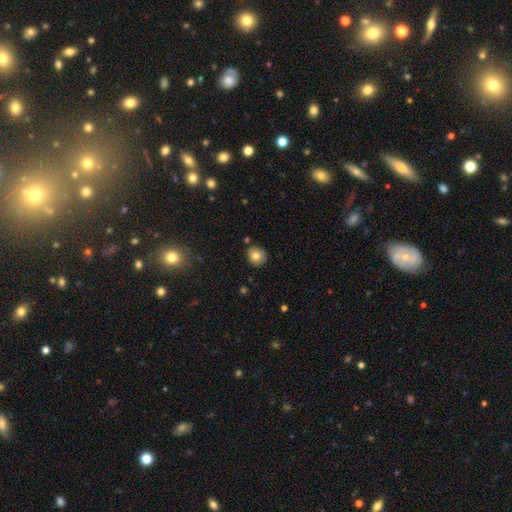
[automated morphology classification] Smooth or featured?
  - smooth: 79% *
  - featured or disk: 11%
  - star or artifact: 10%
How rounded?
  - round: 85% *
  - in between: 14%
  - cigar-shaped: 1%
Merging?
  - none: 84% *
  - minor disturbance: 10%
  - merger: 3%
  - major disturbance: 2%